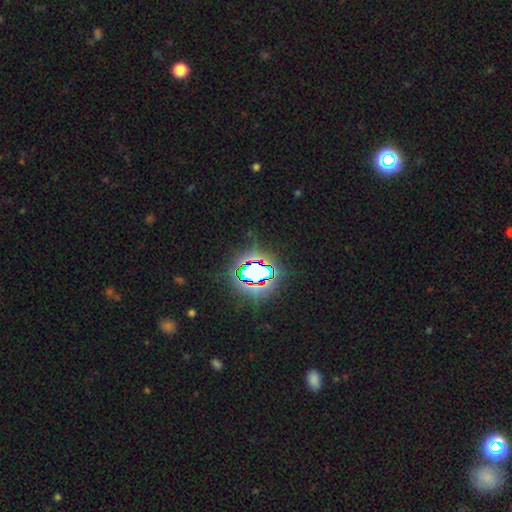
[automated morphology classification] Smooth or featured: star or artifact — 75% (smooth — 15%)